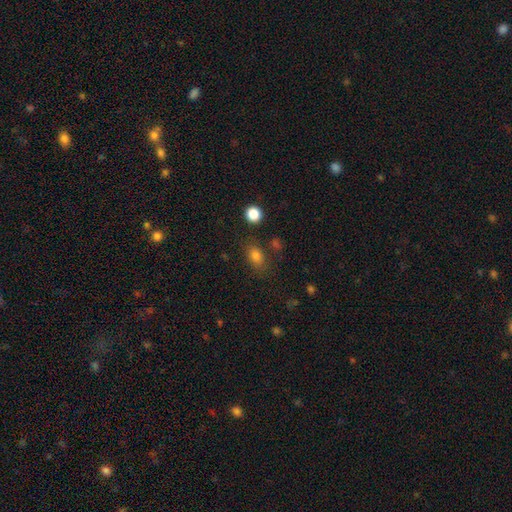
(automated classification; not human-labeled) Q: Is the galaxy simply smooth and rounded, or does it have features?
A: smooth — 80%.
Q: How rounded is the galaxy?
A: in between — 72%.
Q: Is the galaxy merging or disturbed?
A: none — 76%.